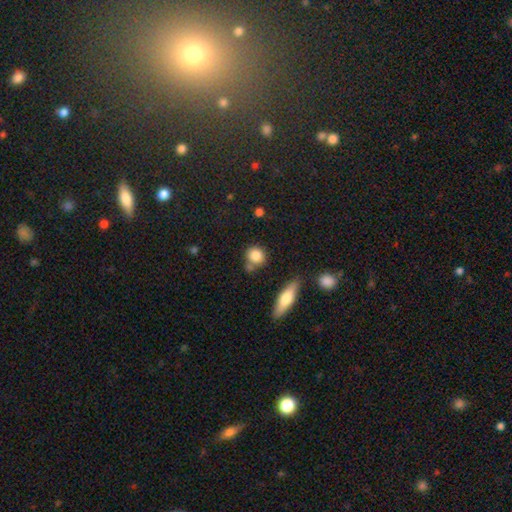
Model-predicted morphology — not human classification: A smooth galaxy with no disk features (82%) that is round (78%). Merging: none (68%).